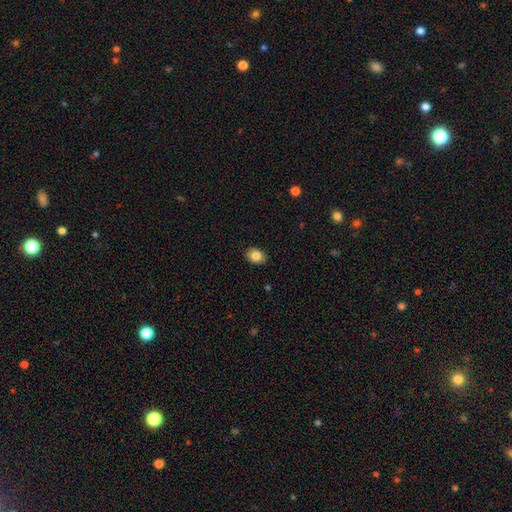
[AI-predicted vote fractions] smooth_or_featured: smooth (p=0.83) [alt: featured or disk p=0.09]
how_rounded: in between (p=0.76) [alt: round p=0.23]
merging: none (p=0.89) [alt: minor disturbance p=0.08]